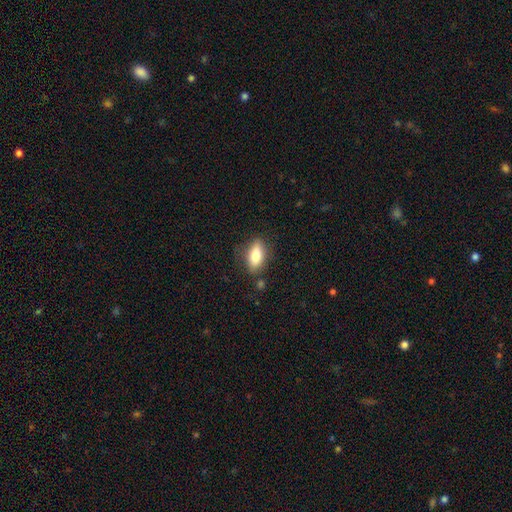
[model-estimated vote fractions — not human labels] A smooth galaxy with no disk features (76%) that is in between round and cigar-shaped (80%).

Vote fractions:
- Smooth or featured? smooth: 76% / featured or disk: 17% / star or artifact: 7%
- How rounded? in between: 80% / cigar-shaped: 16% / round: 4%
- Merging? none: 78% / minor disturbance: 14% / major disturbance: 4% / merger: 3%